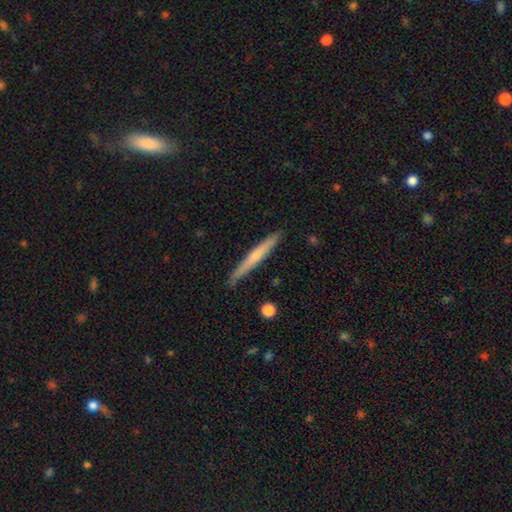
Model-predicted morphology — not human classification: smooth-or-featured: smooth: 47% (tied) | featured or disk: 47% (tied) | star or artifact: 6%
  merging: none: 85% | minor disturbance: 11% | major disturbance: 2% | merger: 2%